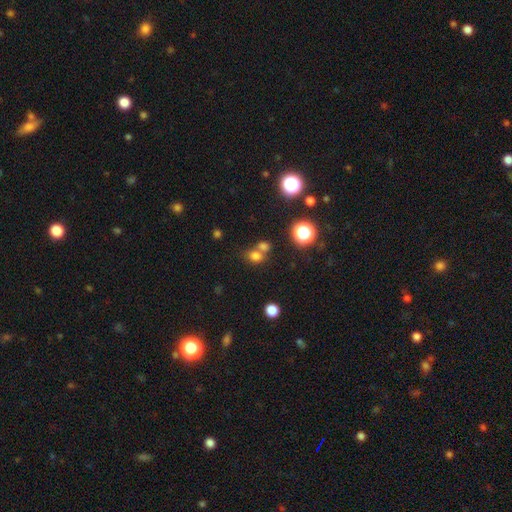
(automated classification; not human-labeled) smooth_or_featured: smooth (p=0.72) [alt: star or artifact p=0.20]
how_rounded: round (p=0.56) [alt: in between p=0.42]
merging: none (p=0.47) [alt: merger p=0.40]